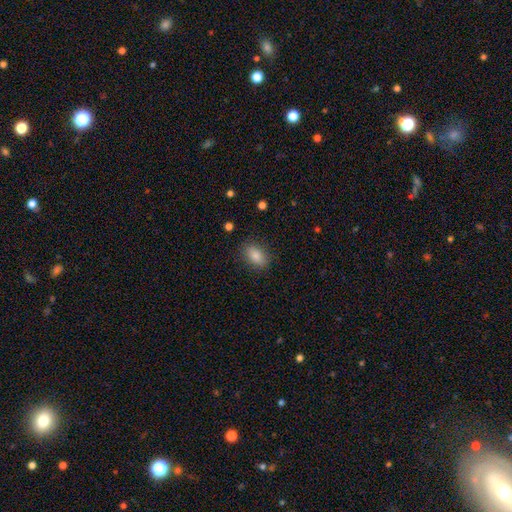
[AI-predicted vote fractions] A smooth galaxy with no disk features (85%) that is in between round and cigar-shaped (87%). Merging: none (85%).